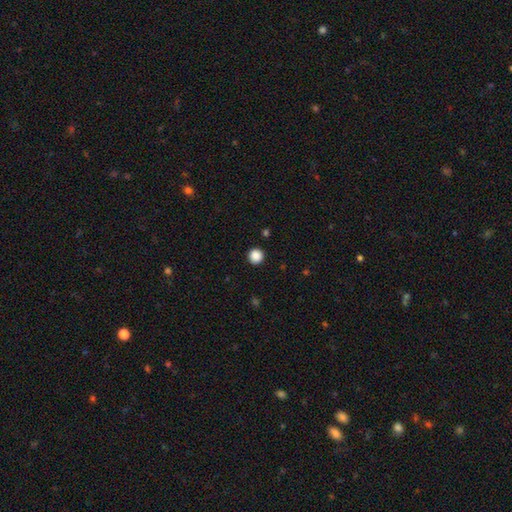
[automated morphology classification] Q: Smooth or featured?
A: smooth (88%); runner-up: star or artifact (10%)
Q: How rounded?
A: round (96%); runner-up: in between (3%)
Q: Merging?
A: none (93%); runner-up: minor disturbance (4%)